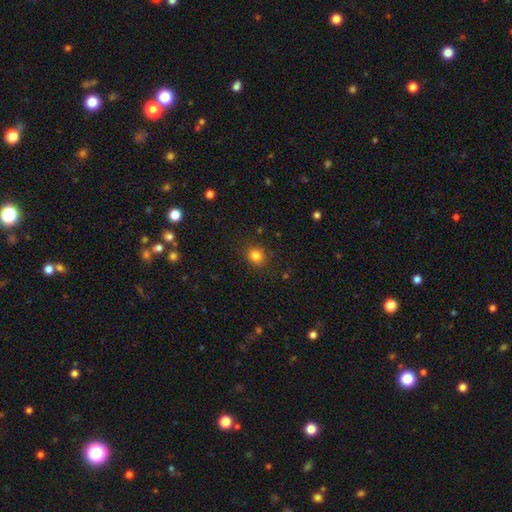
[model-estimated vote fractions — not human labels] A smooth galaxy with no disk features (82%) that is round (77%). Merging: none (87%).